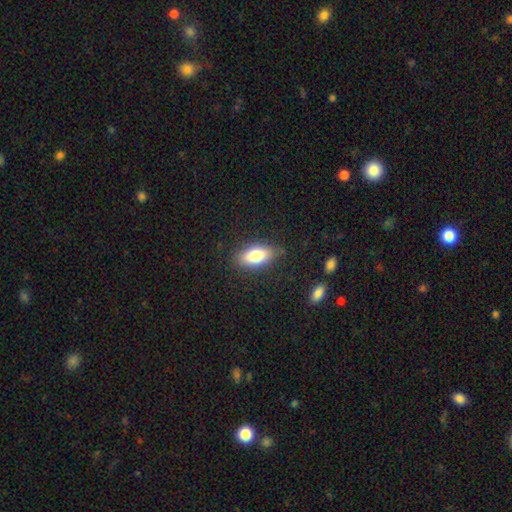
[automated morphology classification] This is likely a smooth galaxy (77%). How rounded: clearly in between (84%). Merging: clearly none (84%).